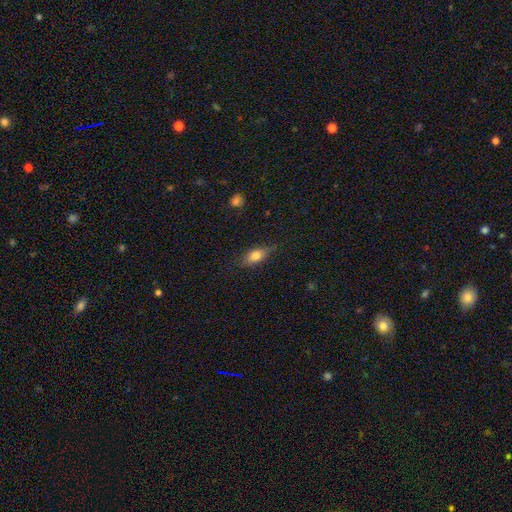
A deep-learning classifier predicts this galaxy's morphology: Smooth or featured? Predicted: smooth (p=0.71). How rounded? Predicted: in between (p=0.76). Merging? Predicted: none (p=0.77).